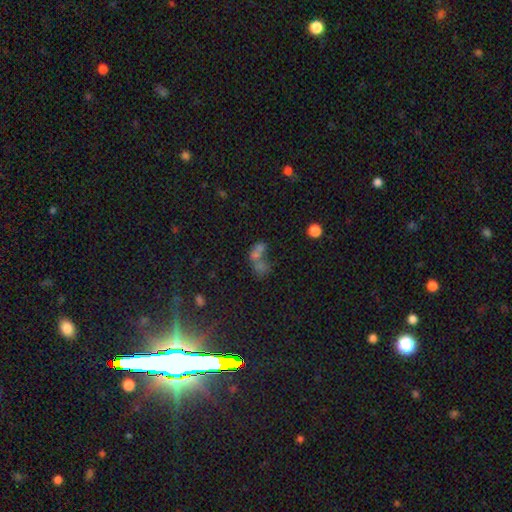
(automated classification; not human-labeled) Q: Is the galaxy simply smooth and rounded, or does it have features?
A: star or artifact — 57%.